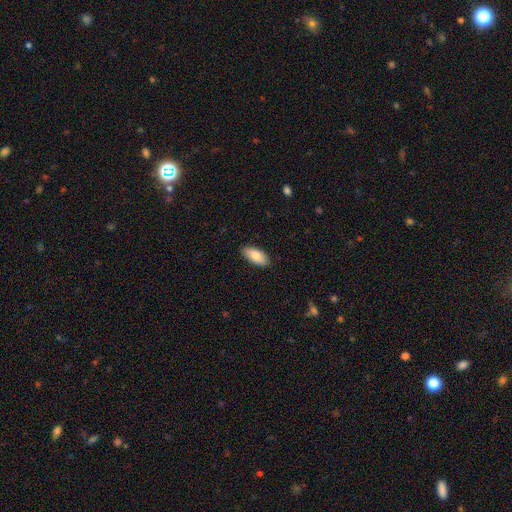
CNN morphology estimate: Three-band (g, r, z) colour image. It shows a smooth galaxy with no disk features (84%) that is in between round and cigar-shaped (91%). Merging: none (89%).